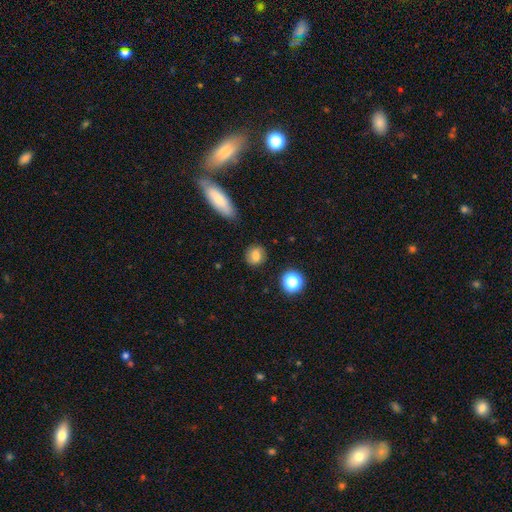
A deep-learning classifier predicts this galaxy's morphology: A smooth galaxy with no disk features (73%) that is round (72%).

Vote fractions:
- Smooth or featured? smooth: 73% / featured or disk: 15% / star or artifact: 12%
- How rounded? round: 72% / in between: 26% / cigar-shaped: 2%
- Merging? none: 81% / minor disturbance: 13% / major disturbance: 4% / merger: 2%